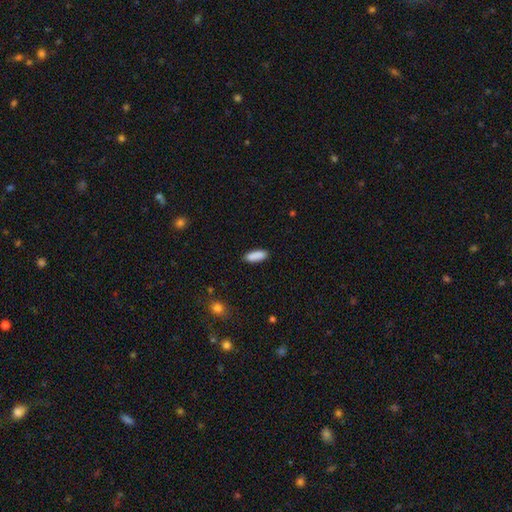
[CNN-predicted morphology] type=smooth (89%); roundness=in between (61%); merging=none (88%).